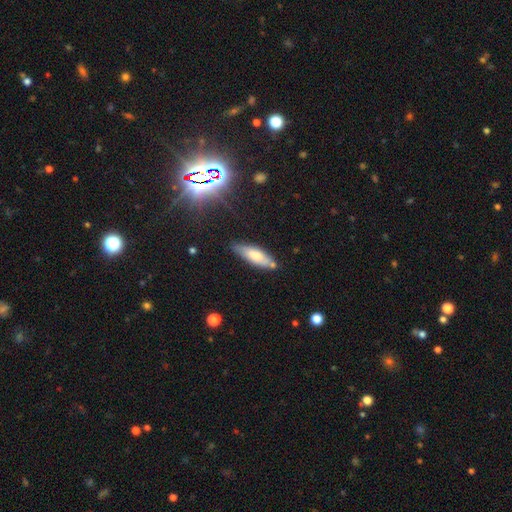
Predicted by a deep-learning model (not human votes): Morphology: type=smooth (69%); roundness=in between (52%); merging=none (71%).